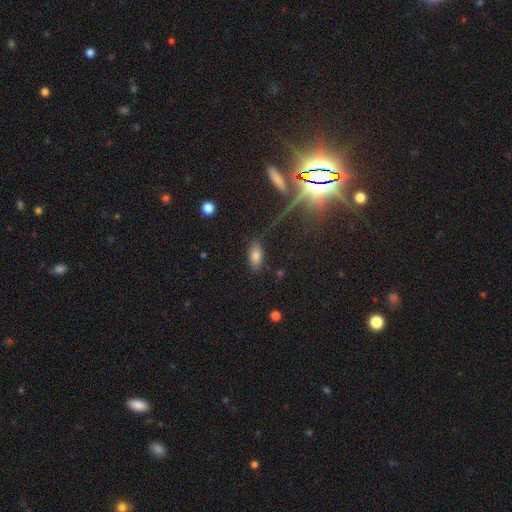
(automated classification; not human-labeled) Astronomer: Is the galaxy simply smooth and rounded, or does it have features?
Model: smooth — 79%.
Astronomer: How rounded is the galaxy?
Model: in between — 86%.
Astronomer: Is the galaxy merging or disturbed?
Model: none — 82%.